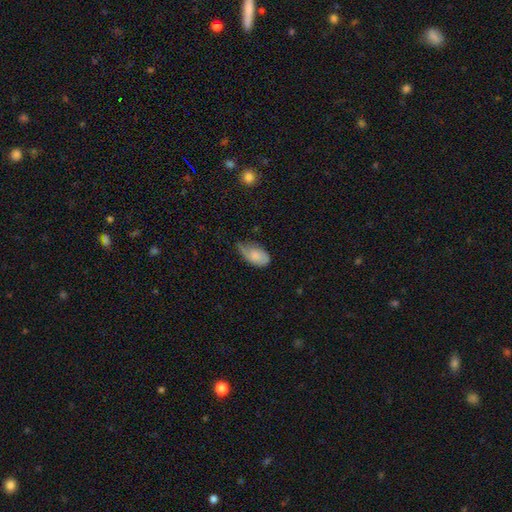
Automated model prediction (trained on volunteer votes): Smooth or featured? smooth (65%)
How rounded? in between (91%)
Merging? minor disturbance (46%)